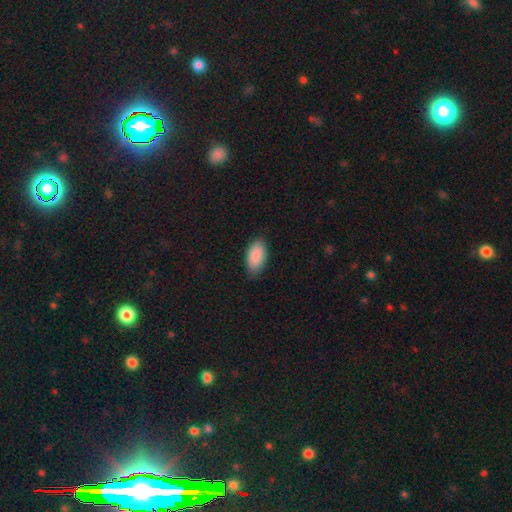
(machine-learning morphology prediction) The model was most divided on "merging": none: 84%, minor disturbance: 13%, major disturbance: 2%, merger: 1%. More confident: how rounded — in between (95%); smooth or featured — smooth (90%).